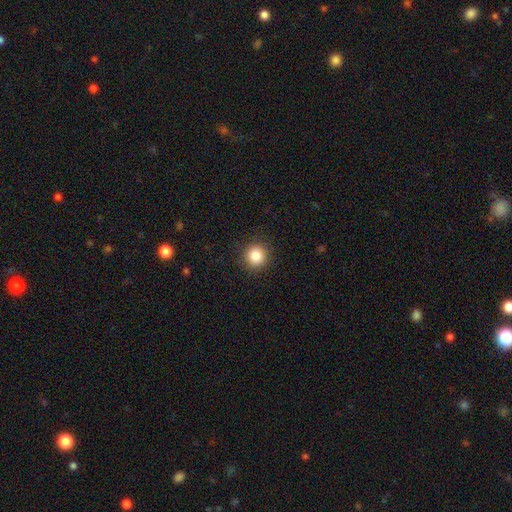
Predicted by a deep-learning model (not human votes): Q: Smooth or featured?
A: smooth (86%); runner-up: star or artifact (10%)
Q: How rounded?
A: round (93%); runner-up: in between (6%)
Q: Merging?
A: none (91%); runner-up: minor disturbance (6%)